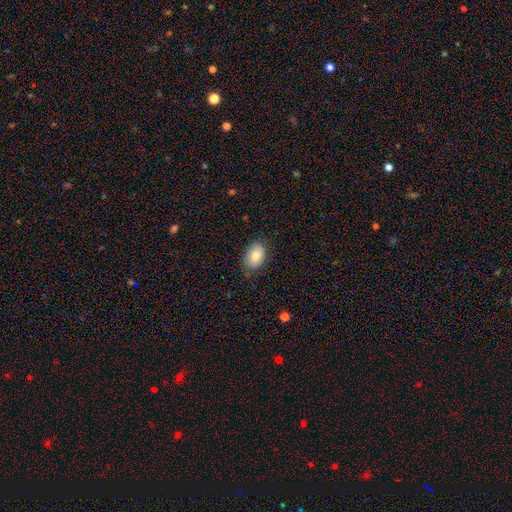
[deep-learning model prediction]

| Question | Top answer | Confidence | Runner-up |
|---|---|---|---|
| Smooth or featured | smooth | 80% | featured or disk (13%) |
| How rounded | in between | 86% | round (13%) |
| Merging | none | 78% | minor disturbance (17%) |